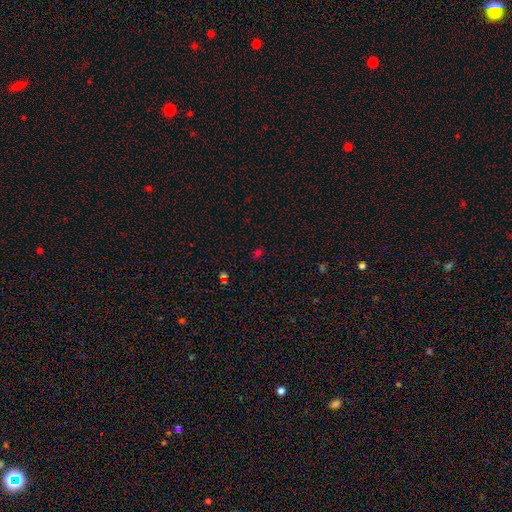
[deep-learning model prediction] Smooth or featured?
  - smooth: 51% *
  - star or artifact: 43%
  - featured or disk: 6%
How rounded?
  - in between: 52% *
  - round: 46%
  - cigar-shaped: 2%
Merging?
  - none: 72% *
  - minor disturbance: 14%
  - merger: 8%
  - major disturbance: 6%